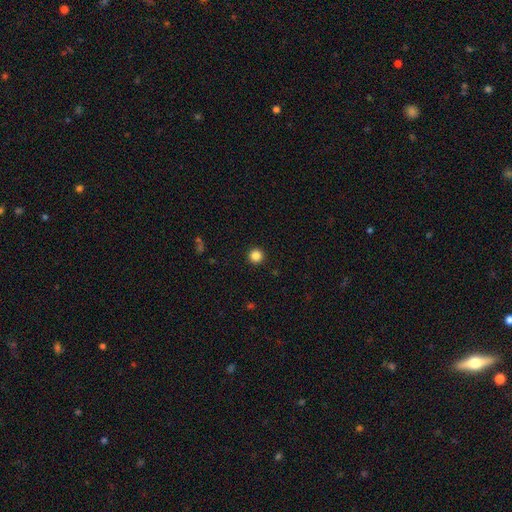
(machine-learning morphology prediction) smooth_or_featured: smooth (p=0.85) [alt: star or artifact p=0.11]
how_rounded: round (p=0.96) [alt: in between p=0.03]
merging: none (p=0.93) [alt: minor disturbance p=0.04]